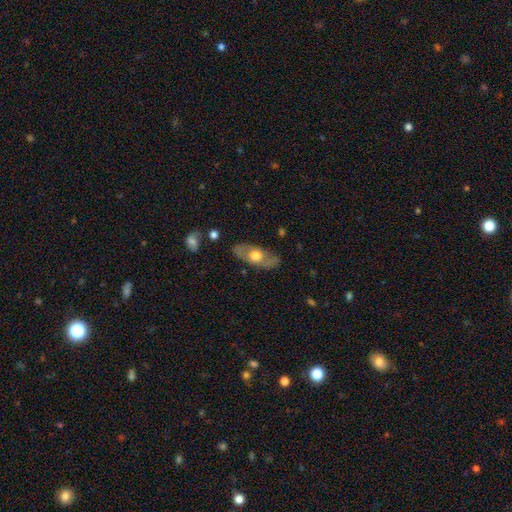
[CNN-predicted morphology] Smooth or featured? Predicted: featured or disk (p=0.49). Merging? Predicted: none (p=0.77).